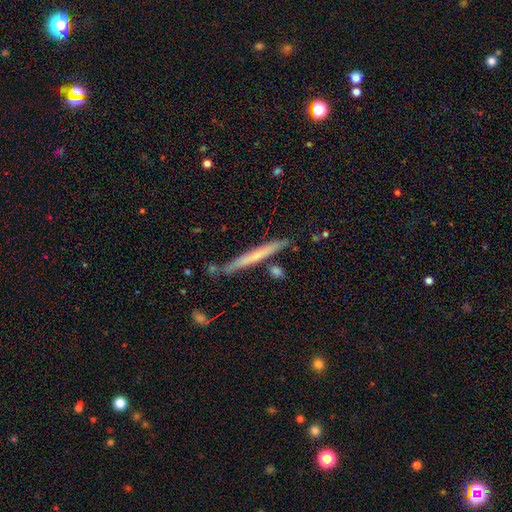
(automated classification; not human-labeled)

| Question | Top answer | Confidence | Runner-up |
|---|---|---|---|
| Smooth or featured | smooth | 48% | featured or disk (45%) |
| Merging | none | 82% | minor disturbance (12%) |